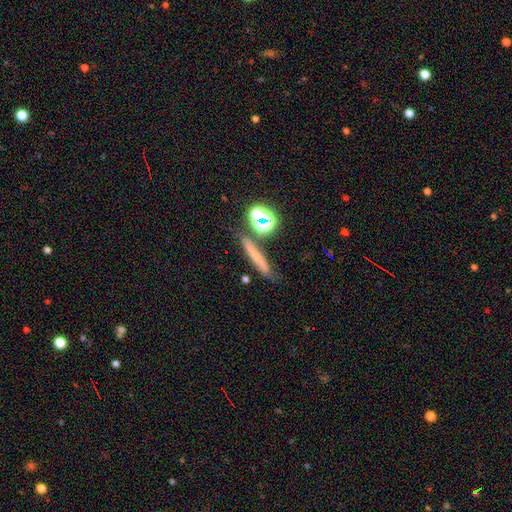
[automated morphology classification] This appears to be a smooth galaxy with no disk features (54%) that is cigar-shaped (77%). Merging: none (73%).